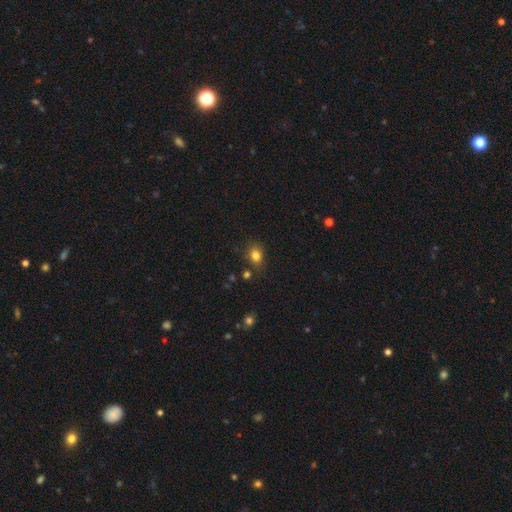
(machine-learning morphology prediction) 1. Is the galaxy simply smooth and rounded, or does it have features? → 82% smooth, 12% star or artifact, 6% featured or disk.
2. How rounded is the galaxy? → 52% round, 47% in between, 1% cigar-shaped.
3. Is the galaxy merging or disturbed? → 77% none, 15% minor disturbance, 4% merger, 4% major disturbance.